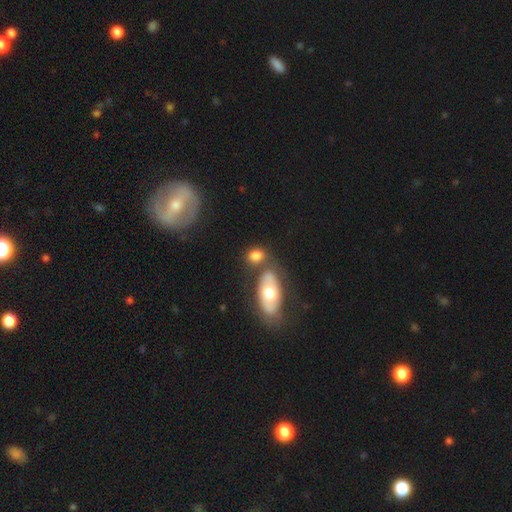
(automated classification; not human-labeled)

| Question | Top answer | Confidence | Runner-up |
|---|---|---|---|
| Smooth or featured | smooth | 72% | featured or disk (20%) |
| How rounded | in between | 64% | round (32%) |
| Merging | none | 54% | merger (26%) |